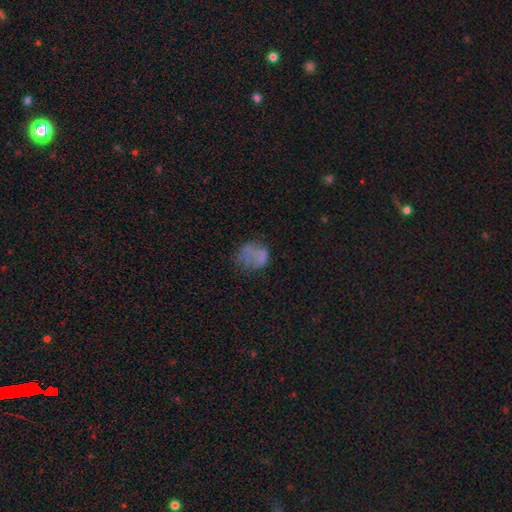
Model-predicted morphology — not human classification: Smooth or featured? Predicted: smooth (p=0.49). Merging? Predicted: none (p=0.42).